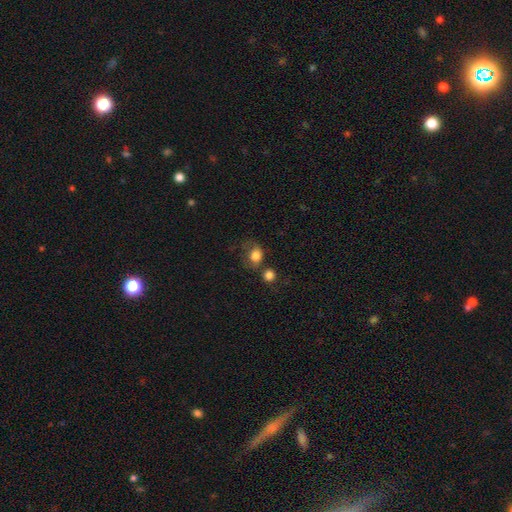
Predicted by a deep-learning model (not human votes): Smooth or featured?
  - smooth: 80% *
  - star or artifact: 10%
  - featured or disk: 10%
How rounded?
  - round: 54% *
  - in between: 45%
  - cigar-shaped: 1%
Merging?
  - none: 42% *
  - minor disturbance: 22%
  - merger: 21%
  - major disturbance: 15%